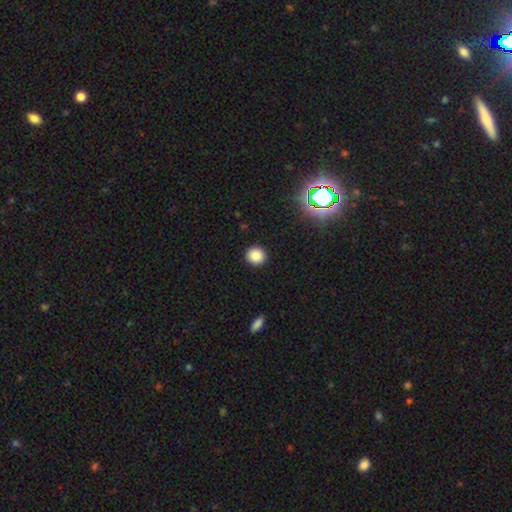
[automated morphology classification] This appears to be a smooth galaxy with no disk features (86%) that is round (89%). Merging: none (92%).